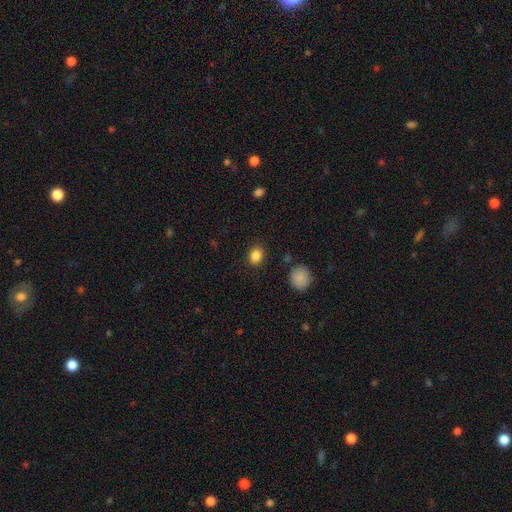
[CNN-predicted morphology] Smooth or featured: smooth — 86% (star or artifact — 10%)
How rounded: round — 50% (tied with in between — 50%)
Merging: none — 87% (minor disturbance — 8%)